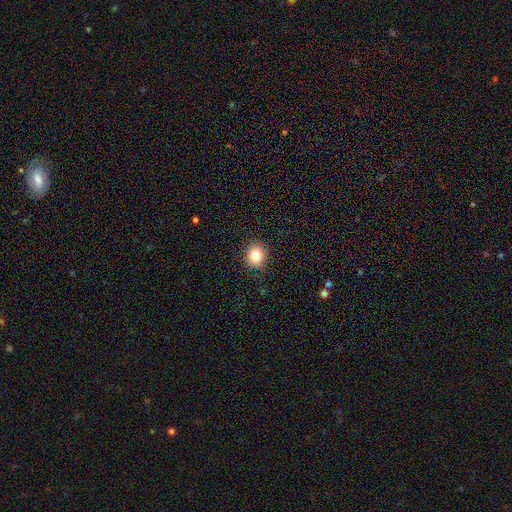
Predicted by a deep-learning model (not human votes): Morphology: type=smooth (83%); roundness=round (67%); merging=none (90%).